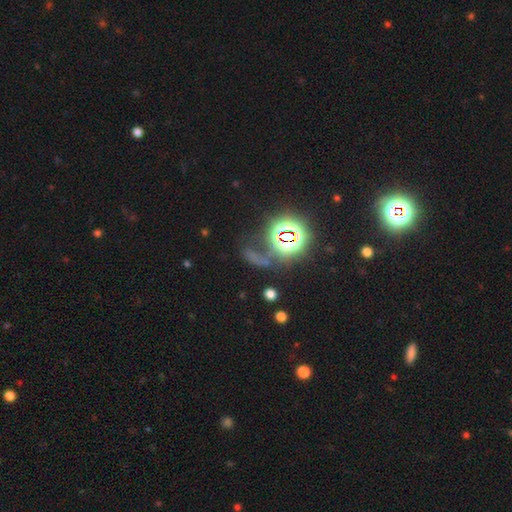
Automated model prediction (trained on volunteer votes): smooth_or_featured: star or artifact (p=0.60) [alt: smooth p=0.27]